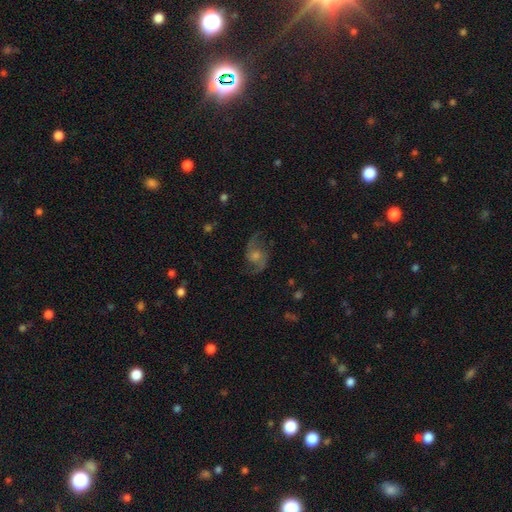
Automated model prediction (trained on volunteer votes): smooth_or_featured: featured or disk (p=0.78) [alt: star or artifact p=0.12]
disk_edge_on: no (p=0.97) [alt: yes p=0.03]
bar: no (p=0.62) [alt: weak p=0.32]
has_spiral_arms: yes (p=0.95) [alt: no p=0.05]
spiral_winding: medium (p=0.48) [alt: loose p=0.40]
spiral_arm_count: 2 (p=0.89) [alt: can't tell p=0.04]
bulge_size: moderate (p=0.49) [alt: small p=0.34]
merging: none (p=0.76) [alt: minor disturbance p=0.14]